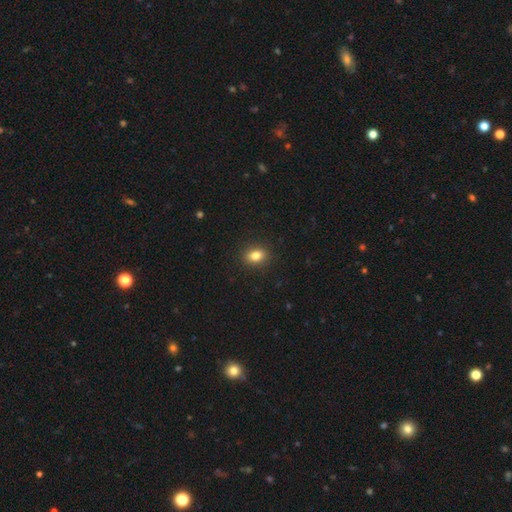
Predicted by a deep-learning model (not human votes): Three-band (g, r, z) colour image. It shows a smooth galaxy with no disk features (83%) that is in between round and cigar-shaped (64%). Merging: none (90%).